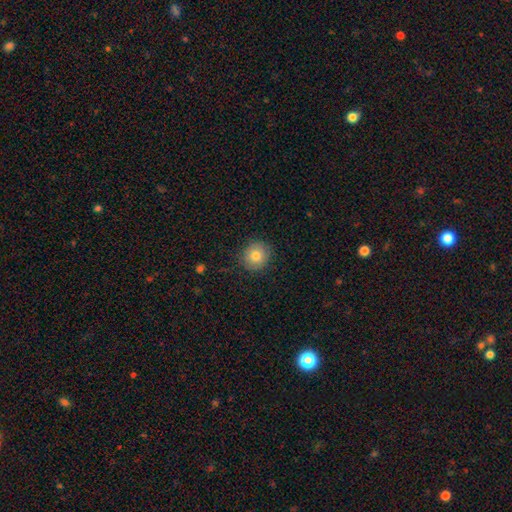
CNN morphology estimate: Q: Smooth or featured?
A: smooth (79%); runner-up: featured or disk (12%)
Q: How rounded?
A: round (88%); runner-up: in between (12%)
Q: Merging?
A: none (86%); runner-up: minor disturbance (10%)